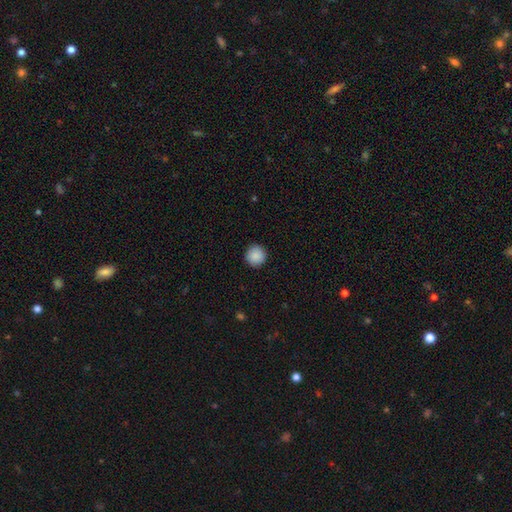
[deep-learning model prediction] Smooth or featured?
  - smooth: 89% *
  - star or artifact: 8%
  - featured or disk: 3%
How rounded?
  - round: 95% *
  - in between: 4%
  - cigar-shaped: 1%
Merging?
  - none: 91% *
  - minor disturbance: 6%
  - major disturbance: 2%
  - merger: 1%